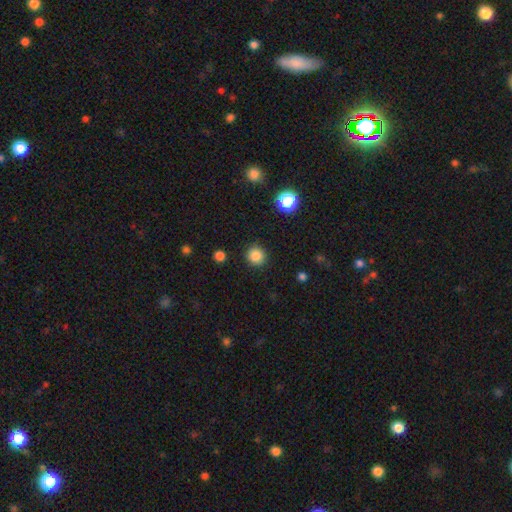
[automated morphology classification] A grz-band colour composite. It shows a smooth galaxy with no disk features (85%) that is round (92%). Merging: none (90%).